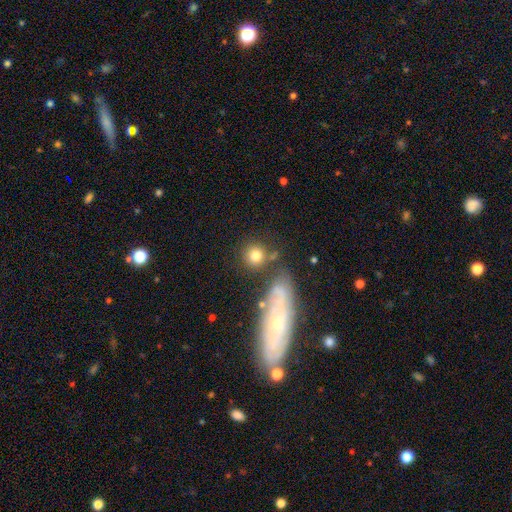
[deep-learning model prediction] Q: Smooth or featured?
A: smooth (76%); runner-up: featured or disk (12%)
Q: How rounded?
A: round (88%); runner-up: in between (10%)
Q: Merging?
A: none (71%); runner-up: merger (12%)